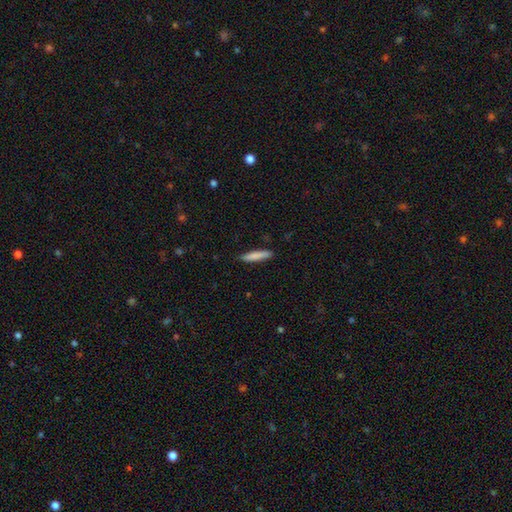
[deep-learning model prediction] This is clearly a smooth galaxy (82%). How rounded: clearly cigar-shaped (88%). Merging: clearly none (88%).